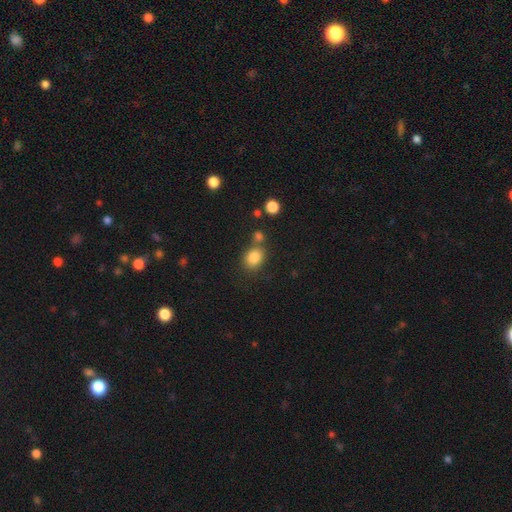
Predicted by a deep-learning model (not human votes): smooth-or-featured: smooth: 83% | star or artifact: 10% | featured or disk: 7%
  how-rounded: round: 53% | in between: 46% | cigar-shaped: 1%
  merging: none: 63% | merger: 19% | minor disturbance: 13% | major disturbance: 5%